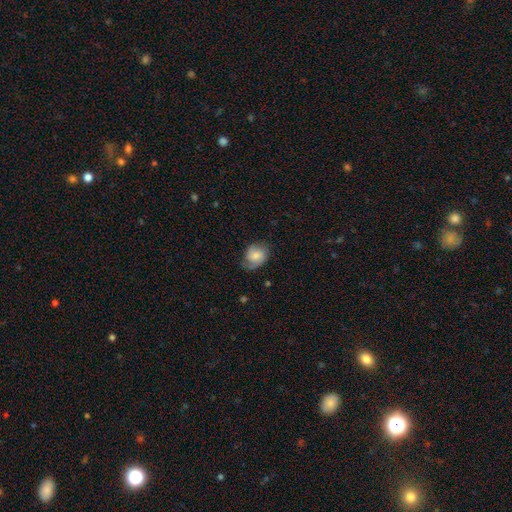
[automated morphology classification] smooth-or-featured: smooth: 56% | featured or disk: 36% | star or artifact: 8%
  how-rounded: round: 53% | in between: 46% | cigar-shaped: 1%
  merging: none: 62% | minor disturbance: 27% | major disturbance: 10% | merger: 1%